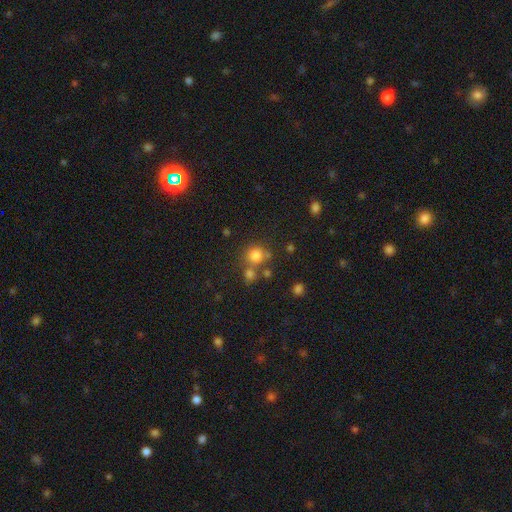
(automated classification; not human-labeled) A smooth galaxy with no disk features (77%) that is round (89%). Merging: none (61%).